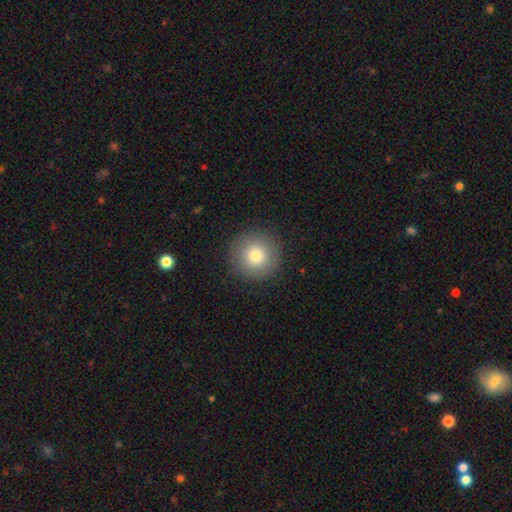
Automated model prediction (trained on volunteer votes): Smooth or featured: smooth — 78% (featured or disk — 11%)
How rounded: round — 96% (in between — 3%)
Merging: none — 90% (minor disturbance — 6%)